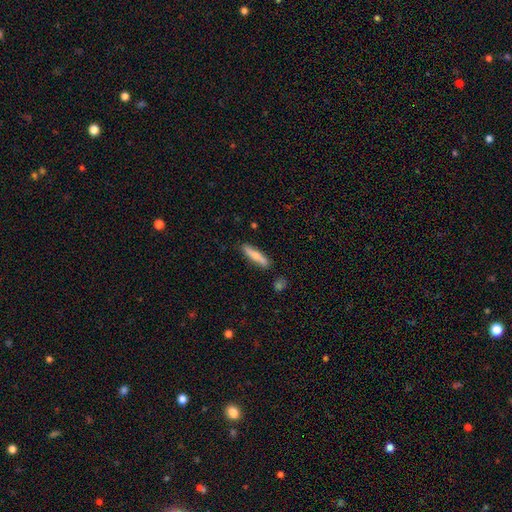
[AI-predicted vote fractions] This appears to be a smooth galaxy with no disk features (65%) that is cigar-shaped (84%). Merging: none (83%).